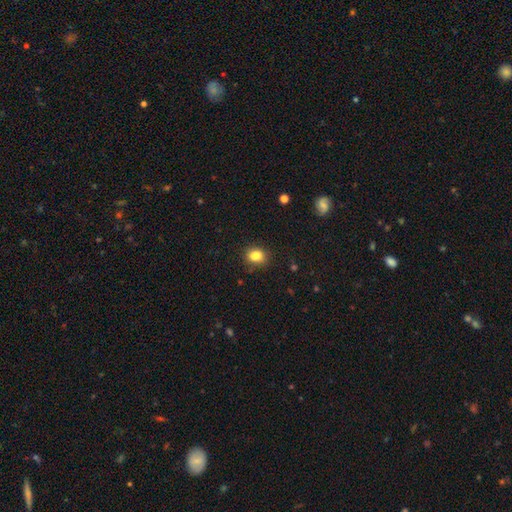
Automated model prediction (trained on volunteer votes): smooth 84%, star or artifact 10%, featured or disk 5%. Down the decision tree: how rounded — in between (55%); merging — none (79%).